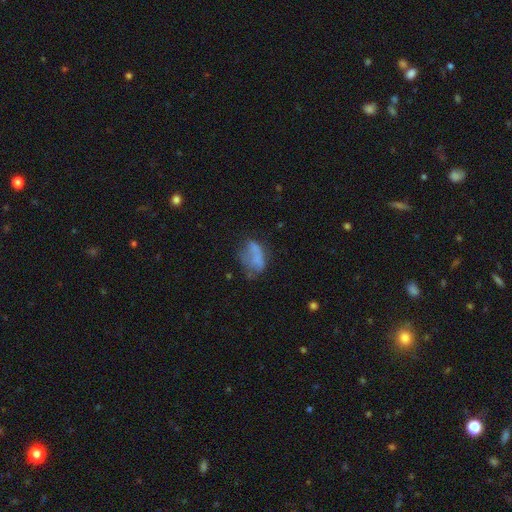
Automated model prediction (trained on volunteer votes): The model was most divided on "merging": none: 32%, major disturbance: 31%, minor disturbance: 29%, merger: 8%. More confident: how rounded — in between (85%); smooth or featured — smooth (57%).